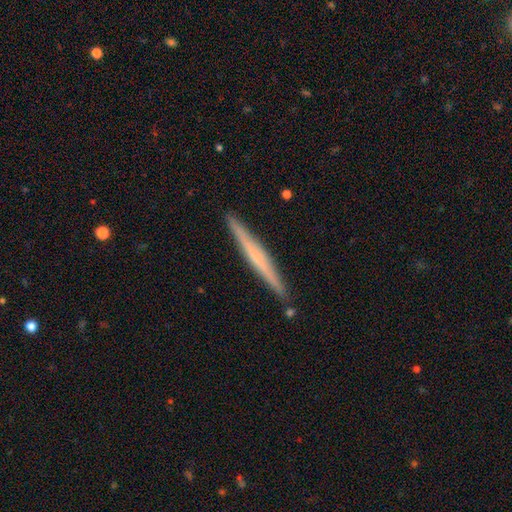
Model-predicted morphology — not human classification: smooth-or-featured: featured or disk: 52% | smooth: 43% | star or artifact: 6%
  disk-edge-on: yes: 97% | no: 3%
    edge-on-bulge: none: 69% | rounded: 22% | boxy: 10%
  merging: none: 90% | minor disturbance: 7% | merger: 2% | major disturbance: 1%